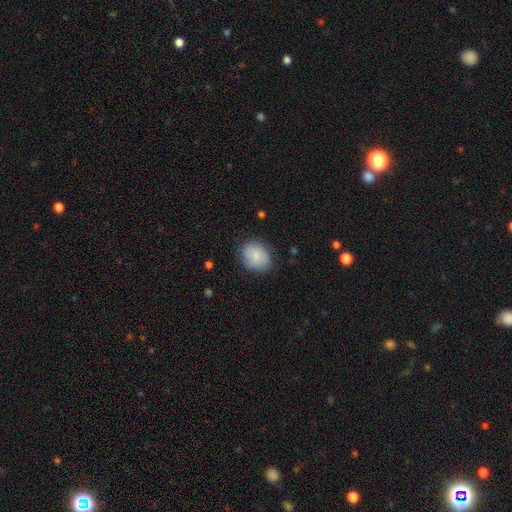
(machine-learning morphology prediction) Smooth or featured? smooth (81%)
How rounded? round (54%)
Merging? none (78%)